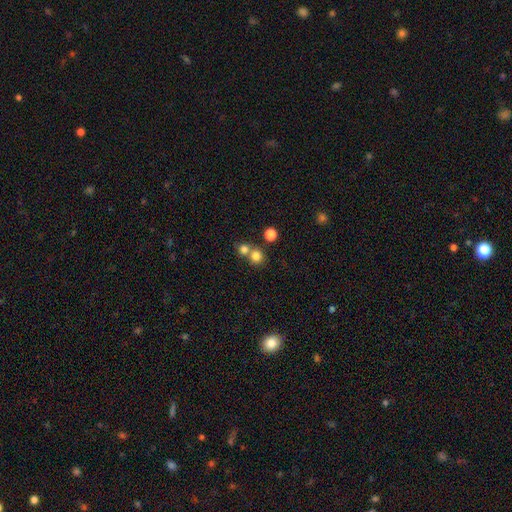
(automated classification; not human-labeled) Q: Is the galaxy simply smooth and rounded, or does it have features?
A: smooth — 79%.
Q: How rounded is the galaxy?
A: round — 88%.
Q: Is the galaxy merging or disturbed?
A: none — 51%.